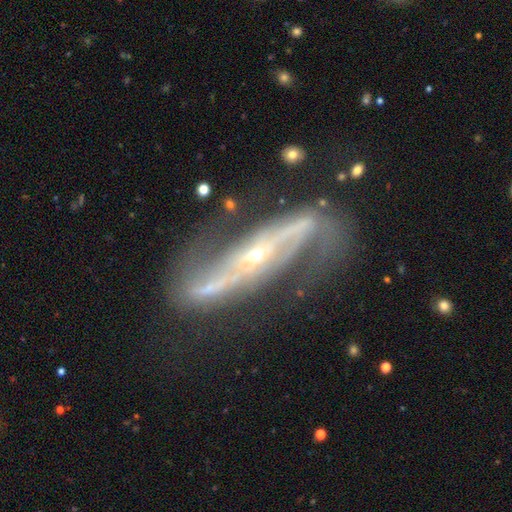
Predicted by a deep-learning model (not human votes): Q: Smooth or featured?
A: featured or disk (89%); runner-up: smooth (6%)
Q: Edge-on disk?
A: no (82%); runner-up: yes (18%)
Q: Bar?
A: strong (48%); runner-up: no (34%)
Q: Spiral arms?
A: yes (93%); runner-up: no (7%)
Q: Spiral winding?
A: loose (45%); runner-up: medium (37%)
Q: Spiral arm count?
A: 2 (91%); runner-up: can't tell (4%)
Q: Bulge size?
A: small (78%); runner-up: moderate (18%)
Q: Merging?
A: none (67%); runner-up: minor disturbance (18%)